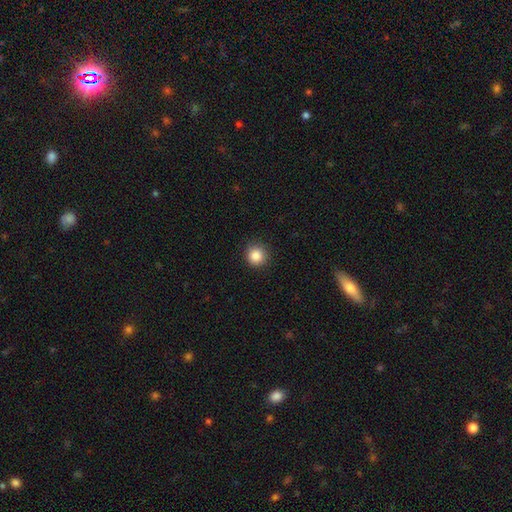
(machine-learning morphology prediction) Smooth or featured? Predicted: smooth (p=0.86). How rounded? Predicted: round (p=0.93). Merging? Predicted: none (p=0.89).